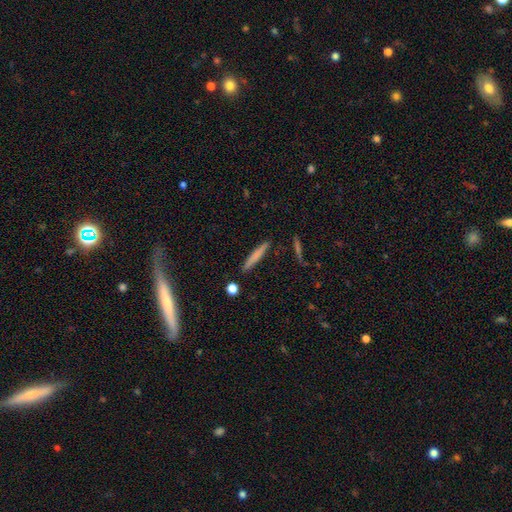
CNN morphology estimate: Q: Smooth or featured?
A: smooth (67%); runner-up: featured or disk (26%)
Q: How rounded?
A: cigar-shaped (95%); runner-up: in between (4%)
Q: Merging?
A: none (88%); runner-up: minor disturbance (8%)